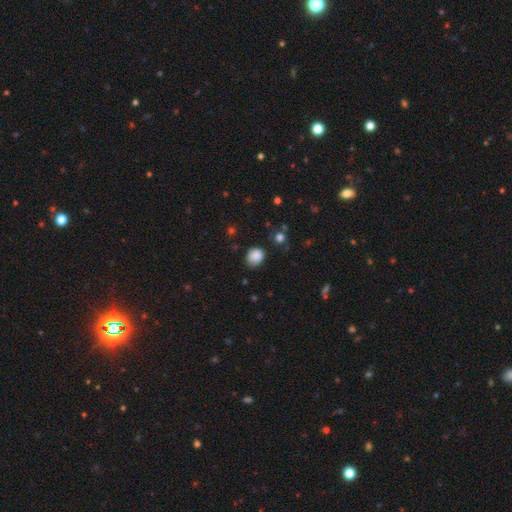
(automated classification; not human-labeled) This is clearly a smooth galaxy (86%). How rounded: likely round (64%). Merging: likely none (68%).